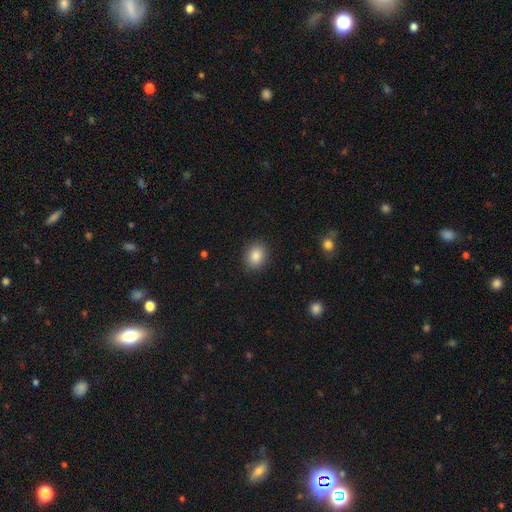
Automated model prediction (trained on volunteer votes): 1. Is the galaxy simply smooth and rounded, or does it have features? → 86% smooth, 9% star or artifact, 5% featured or disk.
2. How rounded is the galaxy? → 54% round, 45% in between, 1% cigar-shaped.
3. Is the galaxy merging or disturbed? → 89% none, 7% minor disturbance, 2% major disturbance, 1% merger.